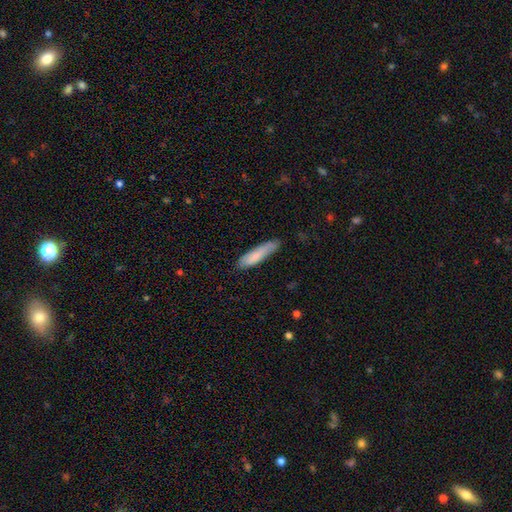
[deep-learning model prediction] Smooth or featured? Predicted: smooth (p=0.79). How rounded? Predicted: cigar-shaped (p=0.77). Merging? Predicted: none (p=0.74).